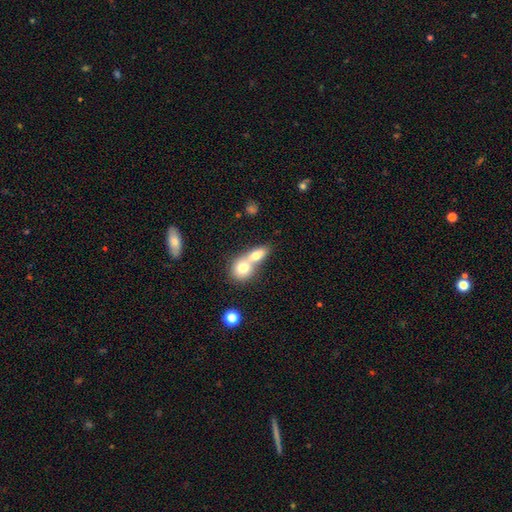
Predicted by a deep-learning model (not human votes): This is likely a smooth galaxy (72%). How rounded: possibly in between (52%). Merging: likely merger (72%).